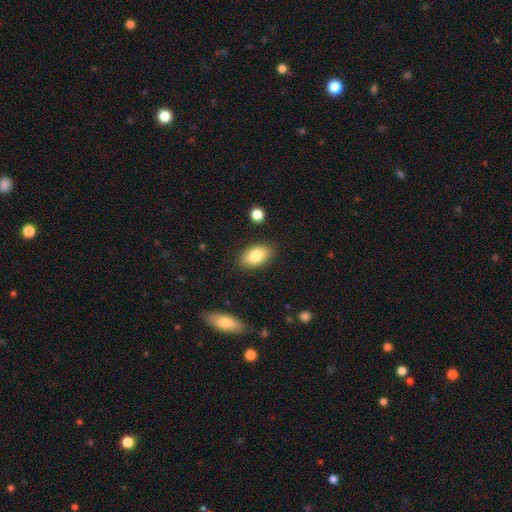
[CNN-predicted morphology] A smooth galaxy with no disk features (83%) that is in between round and cigar-shaped (92%). Merging: none (86%).